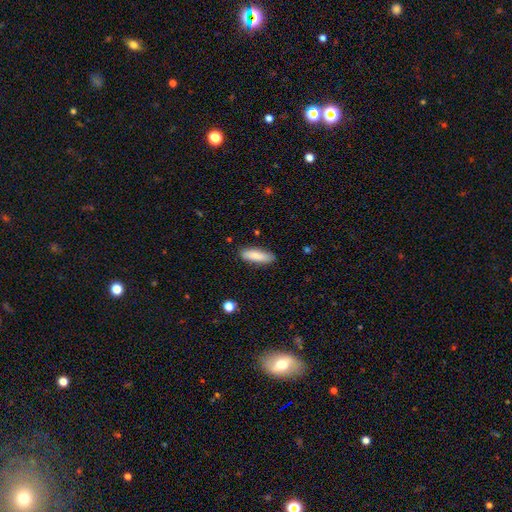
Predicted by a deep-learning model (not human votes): This appears to be a smooth galaxy with no disk features (85%) that is cigar-shaped (52%). Merging: none (83%).